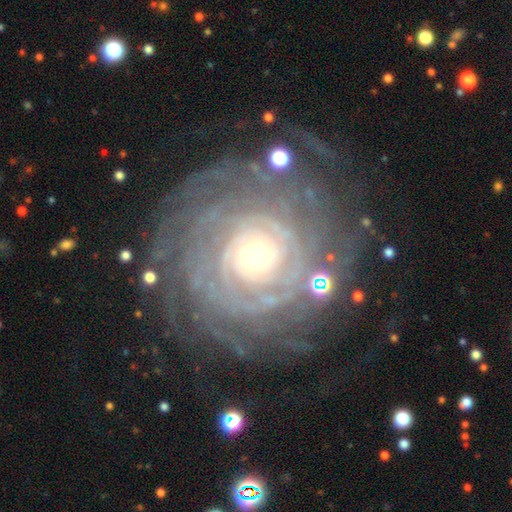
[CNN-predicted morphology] This appears to be a featured or disk galaxy (86%) with no bar (80%), tight (86%) spiral arms (95%) and a small central bulge (61%). Merging: none (77%).